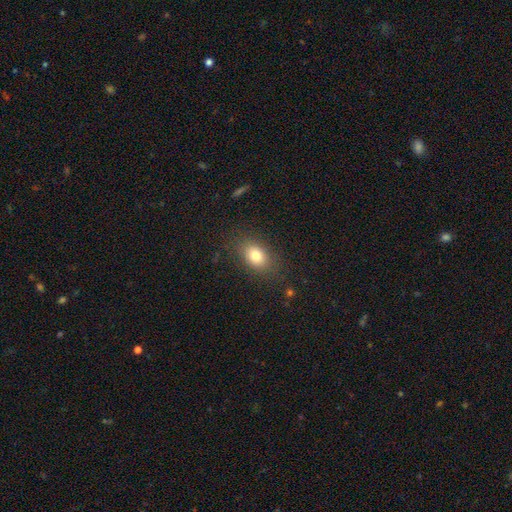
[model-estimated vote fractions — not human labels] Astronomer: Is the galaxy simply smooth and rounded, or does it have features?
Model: smooth — 80%.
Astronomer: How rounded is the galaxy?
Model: in between — 76%.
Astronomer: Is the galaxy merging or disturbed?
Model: none — 83%.